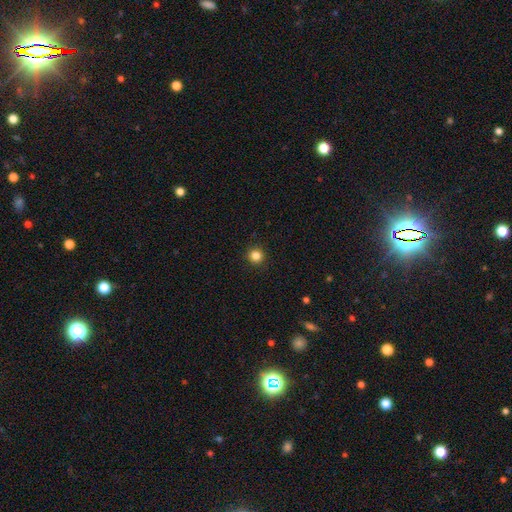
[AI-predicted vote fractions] This appears to be a smooth galaxy with no disk features (84%) that is round (95%). Merging: none (92%).